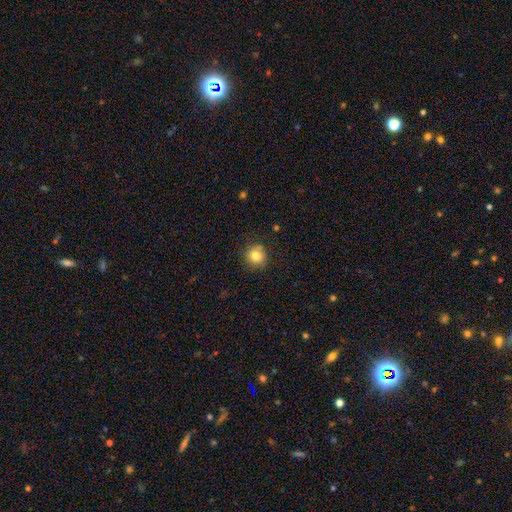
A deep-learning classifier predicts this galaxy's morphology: This appears to be a smooth galaxy with no disk features (82%) that is round (91%). Merging: none (85%).